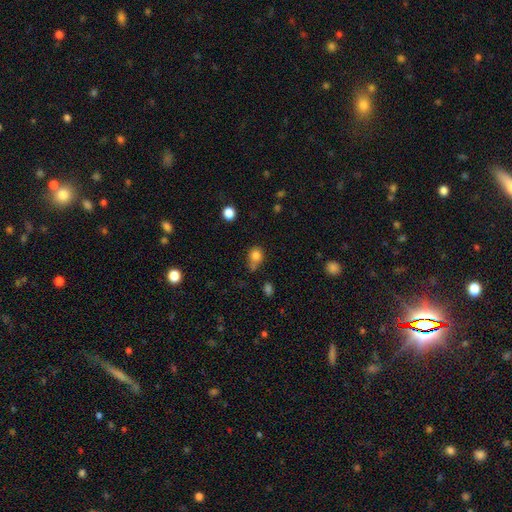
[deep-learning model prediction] A smooth galaxy with no disk features (80%) that is round (64%).

Vote fractions:
- Smooth or featured? smooth: 80% / star or artifact: 12% / featured or disk: 8%
- How rounded? round: 64% / in between: 35% / cigar-shaped: 1%
- Merging? none: 45% / minor disturbance: 31% / merger: 12% / major disturbance: 12%